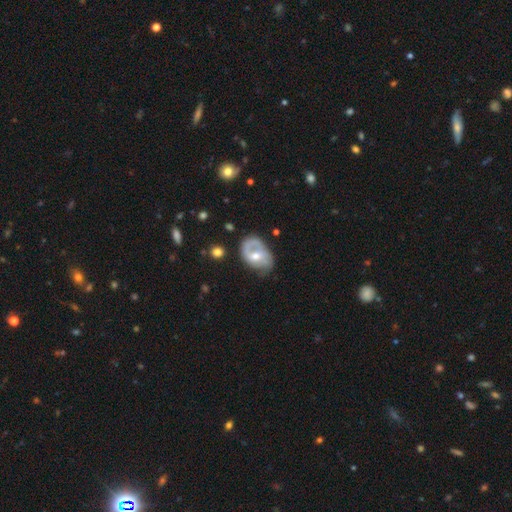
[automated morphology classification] type=featured or disk (63%); edge-on=no (96%); bar=no (45%); spiral arms=yes (73%); bulge=moderate (62%); merging=none (47%).